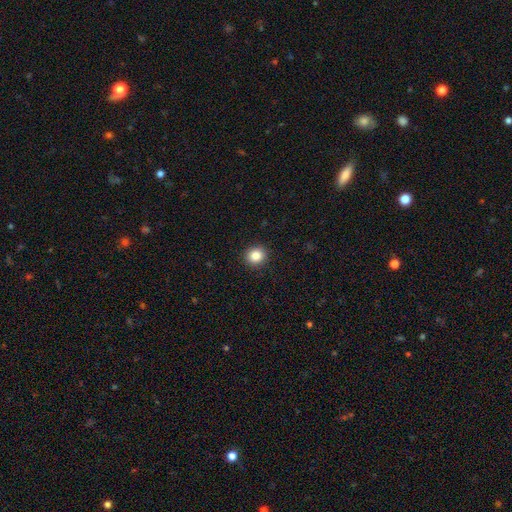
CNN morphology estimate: Q: Smooth or featured?
A: smooth (85%); runner-up: star or artifact (10%)
Q: How rounded?
A: round (84%); runner-up: in between (15%)
Q: Merging?
A: none (92%); runner-up: minor disturbance (5%)